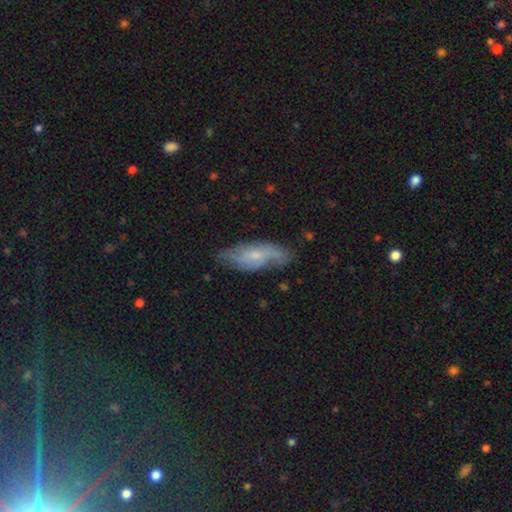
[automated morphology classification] Smooth or featured?
  - featured or disk: 60% *
  - smooth: 33%
  - star or artifact: 7%
Edge-on disk?
  - no: 85% *
  - yes: 15%
Bar?
  - no: 63% *
  - weak: 31%
  - strong: 6%
Spiral arms?
  - yes: 83% *
  - no: 17%
Bulge size?
  - small: 62% *
  - moderate: 29%
  - none: 7%
  - large: 2%
  - dominant: 1%
Merging?
  - none: 63% *
  - minor disturbance: 25%
  - major disturbance: 9%
  - merger: 2%